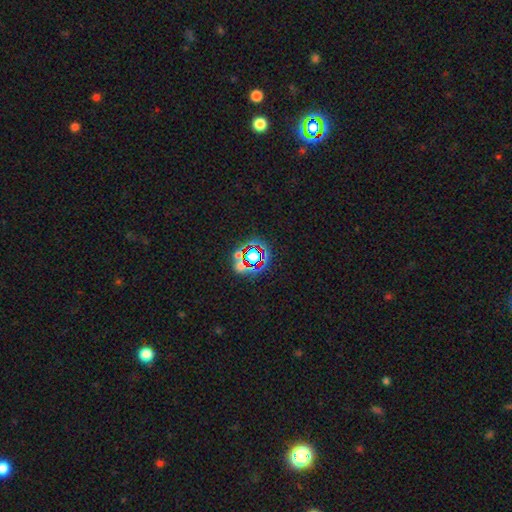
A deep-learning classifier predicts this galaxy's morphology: smooth-or-featured: star or artifact: 63% | smooth: 24% | featured or disk: 13%